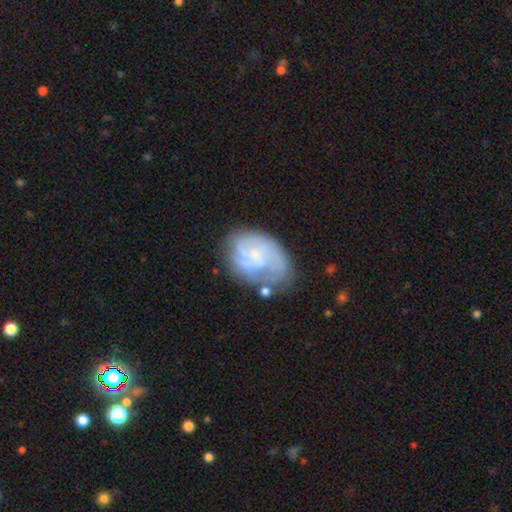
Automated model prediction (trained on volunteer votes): Overall: featured or disk (66%; smooth 26%). Edge-on disk: no (98%). Bar: no (68%). Spiral arms: yes (76%). Bulge size: small (50%; none 27%). Merging: none (49%; minor disturbance 27%).